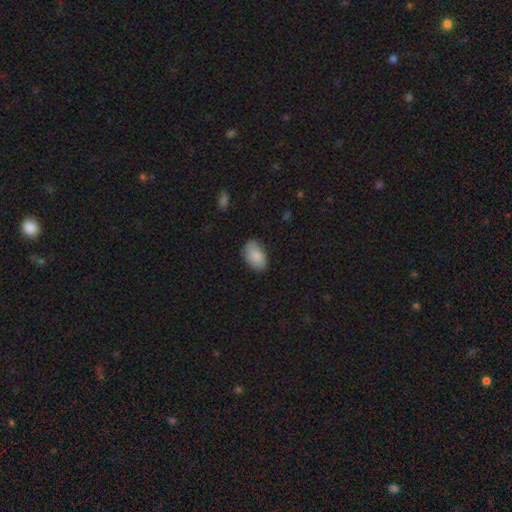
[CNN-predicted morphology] smooth_or_featured: smooth (p=0.87) [alt: featured or disk p=0.07]
how_rounded: in between (p=0.92) [alt: round p=0.06]
merging: none (p=0.81) [alt: minor disturbance p=0.15]